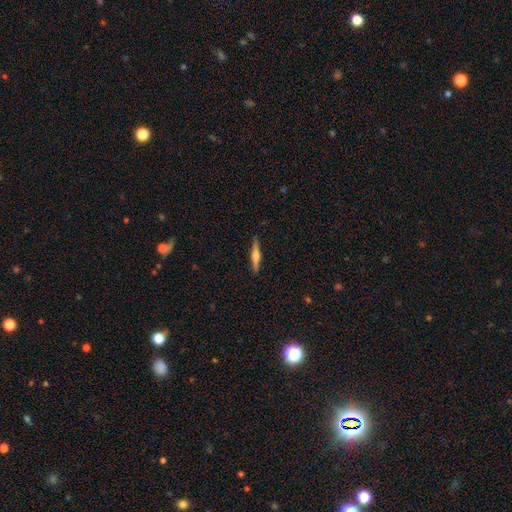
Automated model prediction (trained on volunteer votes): A featured or disk galaxy (56%) viewed edge-on (97%) with a rounded central bulge (82%).

Vote fractions:
- Smooth or featured? featured or disk: 56% / smooth: 38% / star or artifact: 6%
- Edge-on disk? yes: 97% / no: 3%
- Edge-on bulge? rounded: 82% / boxy: 11% / none: 7%
- Merging? none: 90% / minor disturbance: 7% / major disturbance: 2% / merger: 1%